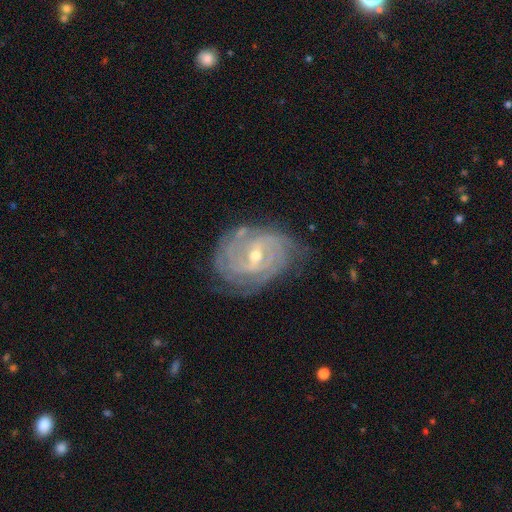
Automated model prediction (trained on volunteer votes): Smooth or featured: featured or disk — 90% (smooth — 5%)
Edge-on disk: no — 97% (yes — 3%)
Bar: weak — 54% (no — 24%)
Spiral arms: yes — 97% (no — 3%)
Spiral winding: tight — 75% (medium — 21%)
Spiral arm count: can't tell — 27% (3 — 23%)
Bulge size: small — 50% (moderate — 47%)
Merging: none — 72% (minor disturbance — 19%)